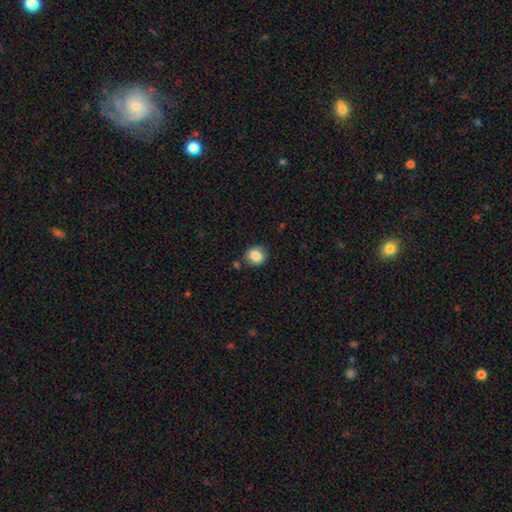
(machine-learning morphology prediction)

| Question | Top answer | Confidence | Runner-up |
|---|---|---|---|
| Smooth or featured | smooth | 85% | star or artifact (9%) |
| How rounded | round | 75% | in between (24%) |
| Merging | none | 78% | minor disturbance (15%) |